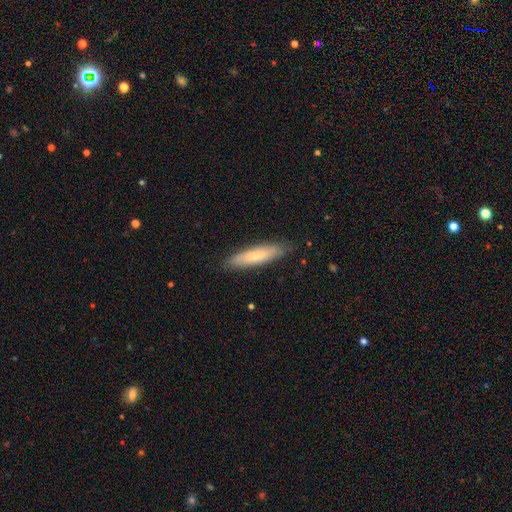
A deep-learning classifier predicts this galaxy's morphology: smooth_or_featured: smooth (p=0.65) [alt: featured or disk p=0.29]
how_rounded: cigar-shaped (p=0.78) [alt: in between p=0.21]
merging: none (p=0.85) [alt: minor disturbance p=0.12]